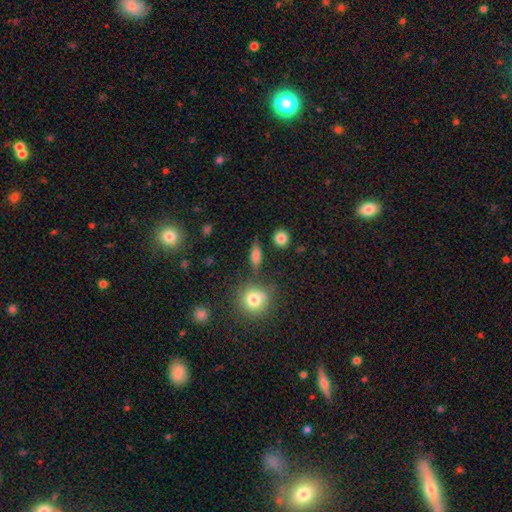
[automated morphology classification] Smooth or featured? smooth (71%)
How rounded? in between (54%)
Merging? none (77%)